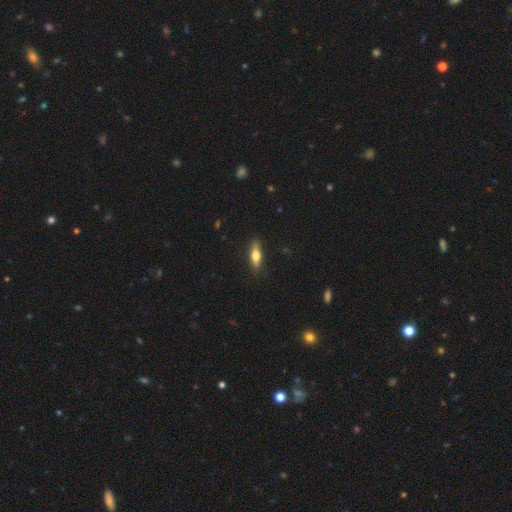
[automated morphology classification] type=smooth (65%); roundness=in between (52%); merging=none (85%).